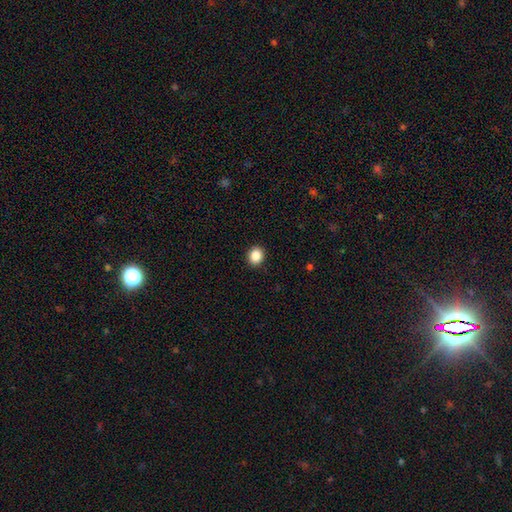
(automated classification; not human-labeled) Morphology: type=smooth (87%); roundness=round (73%); merging=none (92%).